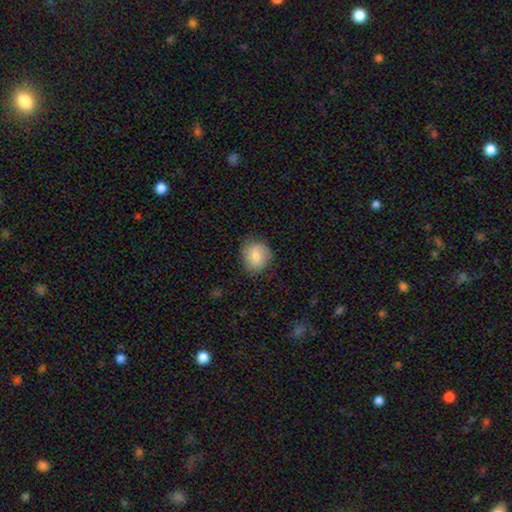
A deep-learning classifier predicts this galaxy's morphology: Smooth or featured? smooth (79%)
How rounded? round (72%)
Merging? none (75%)